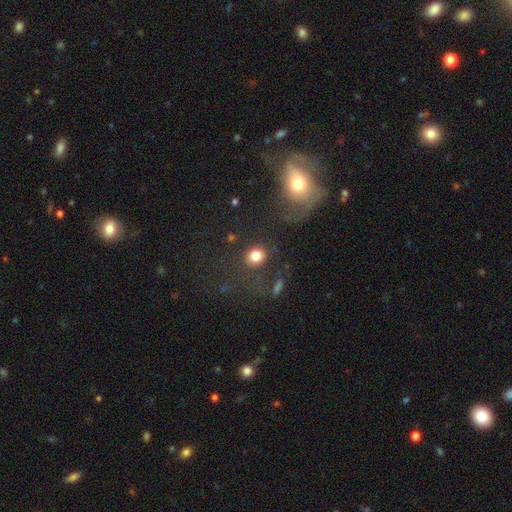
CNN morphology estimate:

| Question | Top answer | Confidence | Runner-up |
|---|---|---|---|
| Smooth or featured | smooth | 80% | star or artifact (12%) |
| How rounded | round | 76% | in between (22%) |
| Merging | none | 76% | minor disturbance (12%) |